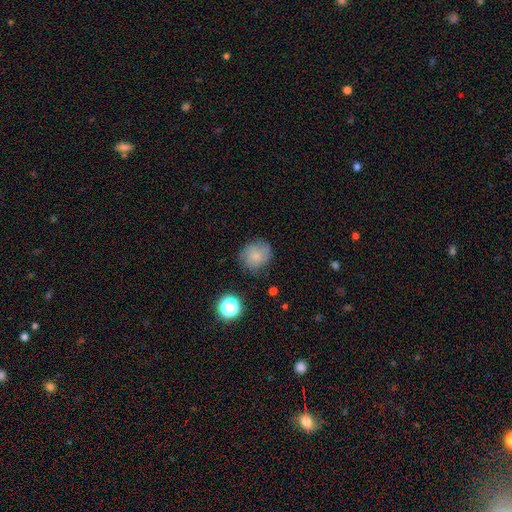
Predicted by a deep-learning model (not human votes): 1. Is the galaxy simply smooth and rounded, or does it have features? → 74% smooth, 14% featured or disk, 12% star or artifact.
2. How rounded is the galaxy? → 83% round, 16% in between, 1% cigar-shaped.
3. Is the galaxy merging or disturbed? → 73% none, 19% minor disturbance, 6% major disturbance, 2% merger.